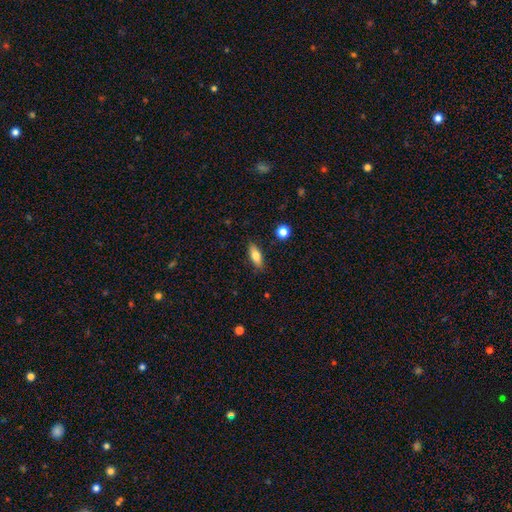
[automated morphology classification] type=smooth (73%); roundness=in between (69%); merging=none (86%).